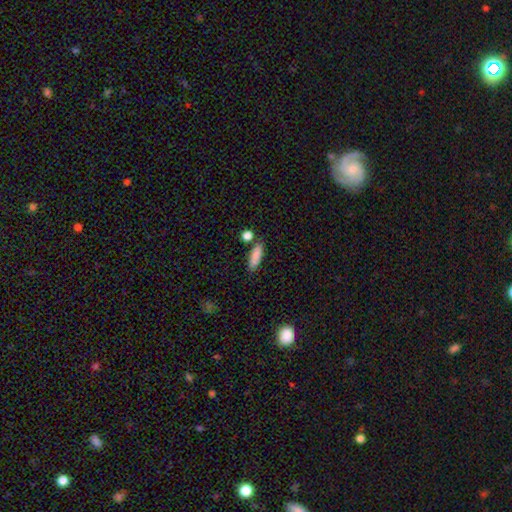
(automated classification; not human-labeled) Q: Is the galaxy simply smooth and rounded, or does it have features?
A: smooth — 86%.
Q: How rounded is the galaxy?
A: in between — 51%.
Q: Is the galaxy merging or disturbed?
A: none — 76%.